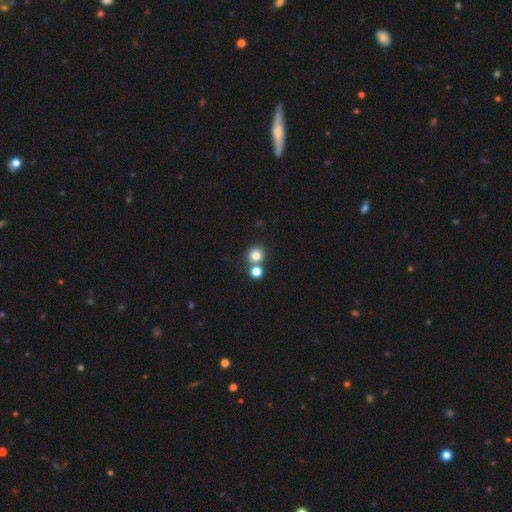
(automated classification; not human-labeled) The model was most divided on "merging": none: 65%, merger: 26%, minor disturbance: 7%, major disturbance: 3%. More confident: how rounded — round (89%); smooth or featured — smooth (80%).